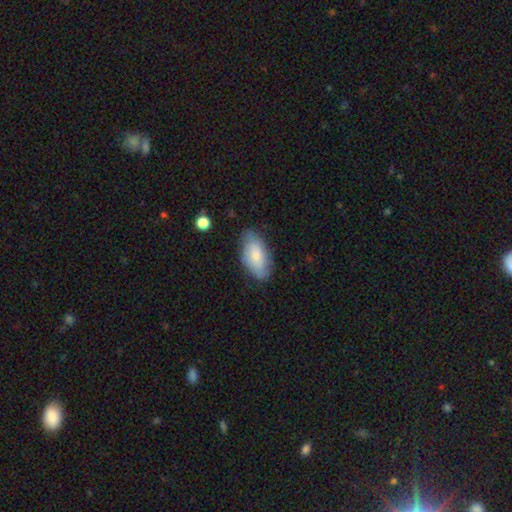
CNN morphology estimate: Overall: smooth (71%). How rounded: in between (93%). Merging: none (70%).